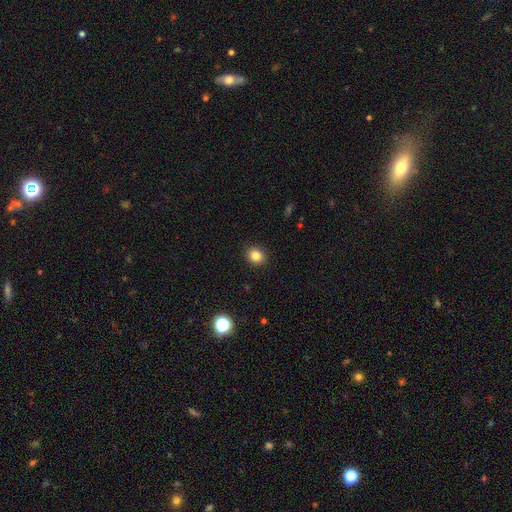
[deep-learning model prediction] A smooth galaxy with no disk features (84%) that is round (72%). Merging: none (91%).